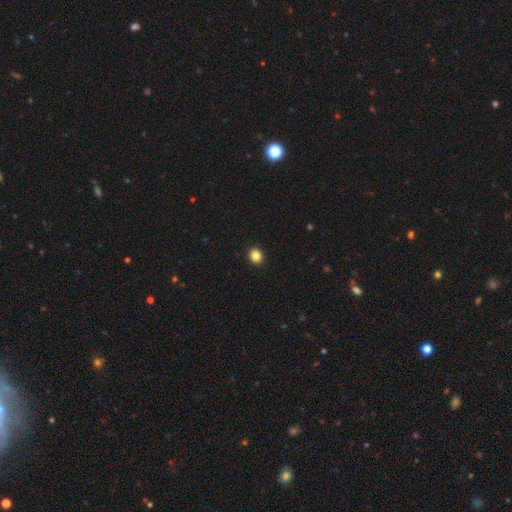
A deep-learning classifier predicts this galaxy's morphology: Q: Smooth or featured?
A: smooth (86%); runner-up: star or artifact (10%)
Q: How rounded?
A: round (71%); runner-up: in between (28%)
Q: Merging?
A: none (93%); runner-up: minor disturbance (5%)